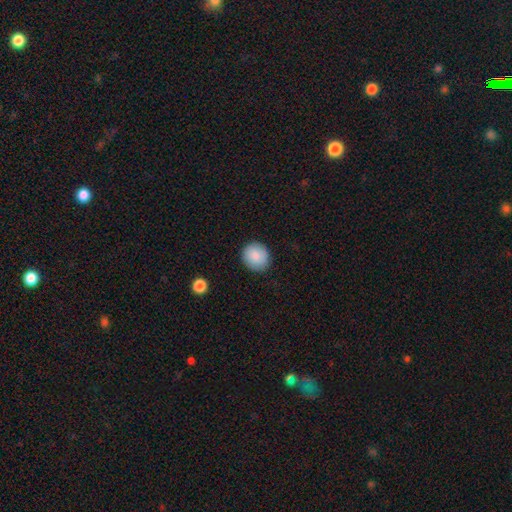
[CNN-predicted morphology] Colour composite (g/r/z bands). It shows a smooth galaxy with no disk features (86%) that is round (84%). Merging: none (89%).